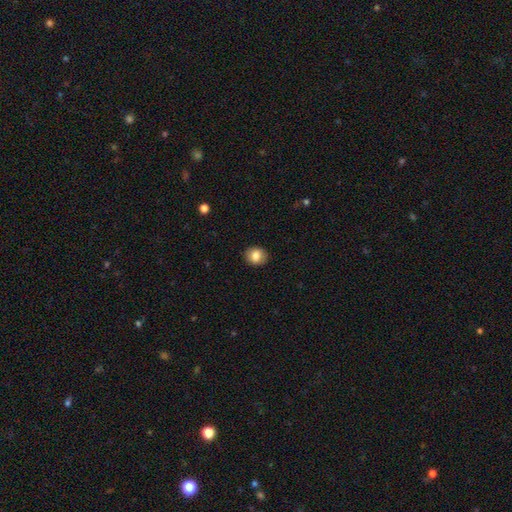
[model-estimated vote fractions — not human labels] Overall: smooth (83%). How rounded: round (66%; in between 33%). Merging: none (90%).